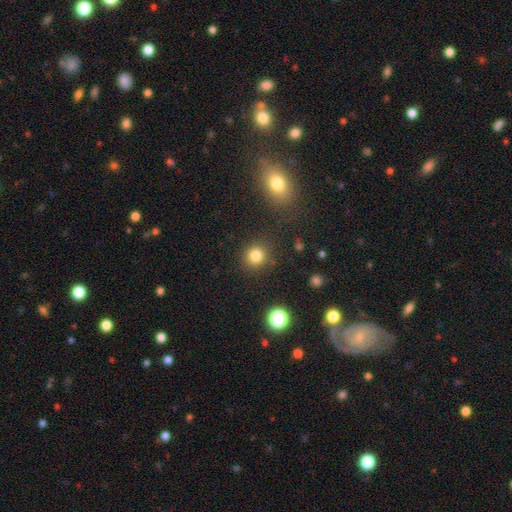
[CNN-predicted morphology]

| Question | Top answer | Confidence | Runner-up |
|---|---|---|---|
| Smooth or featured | smooth | 82% | star or artifact (13%) |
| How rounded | round | 86% | in between (13%) |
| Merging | none | 86% | minor disturbance (8%) |